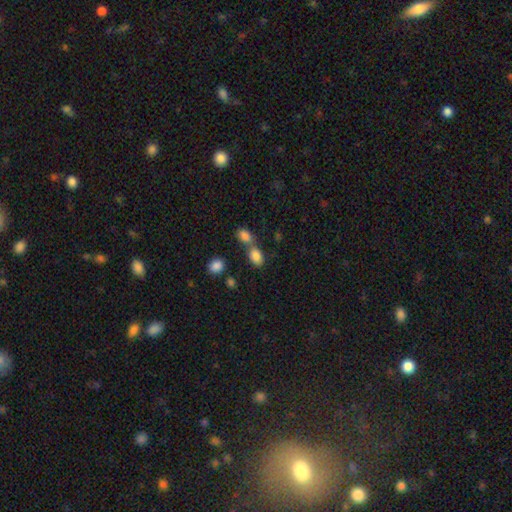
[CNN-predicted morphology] type=smooth (84%); roundness=in between (85%); merging=merger (48%).